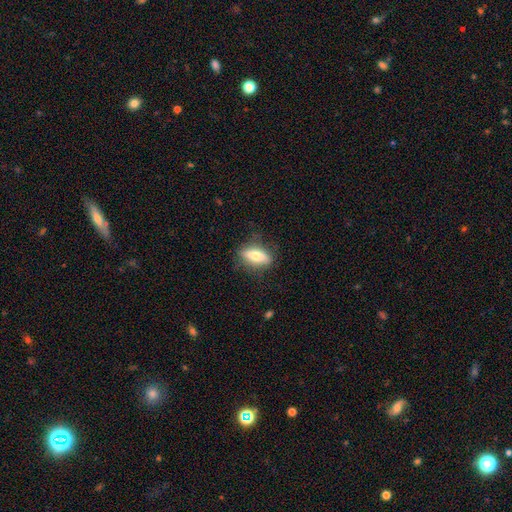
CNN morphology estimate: Smooth or featured: smooth — 59% (featured or disk — 34%)
How rounded: in between — 60% (cigar-shaped — 36%)
Merging: none — 80% (minor disturbance — 15%)